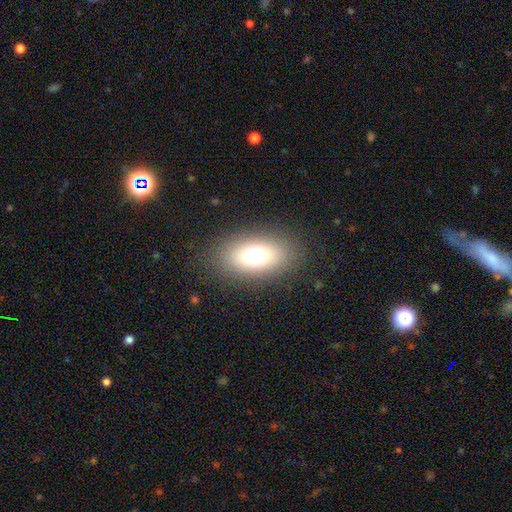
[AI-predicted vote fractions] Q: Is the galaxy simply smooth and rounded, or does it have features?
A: smooth — 65%.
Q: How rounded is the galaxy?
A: in between — 77%.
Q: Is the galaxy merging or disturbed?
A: none — 85%.